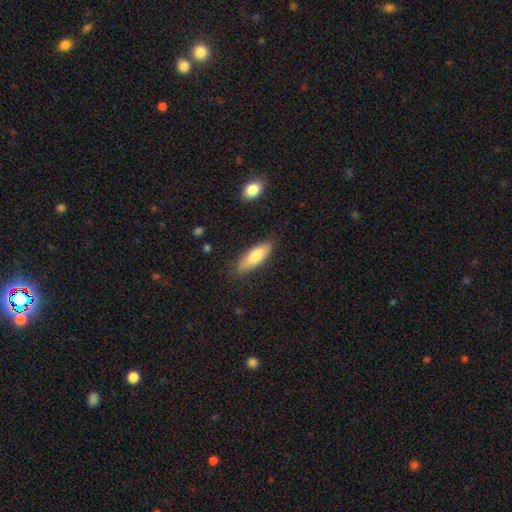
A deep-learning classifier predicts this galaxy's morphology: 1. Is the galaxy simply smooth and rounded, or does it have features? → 77% smooth, 18% featured or disk, 6% star or artifact.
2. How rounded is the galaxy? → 55% in between, 43% cigar-shaped, 2% round.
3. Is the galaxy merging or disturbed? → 83% none, 13% minor disturbance, 3% major disturbance, 2% merger.